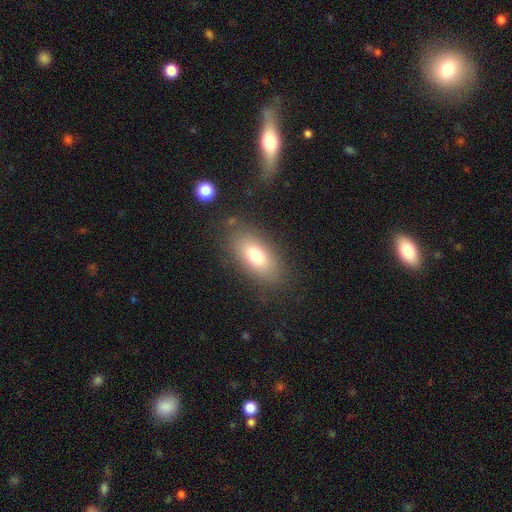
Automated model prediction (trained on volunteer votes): smooth_or_featured: smooth (p=0.74) [alt: featured or disk p=0.16]
how_rounded: in between (p=0.86) [alt: cigar-shaped p=0.07]
merging: none (p=0.81) [alt: minor disturbance p=0.12]